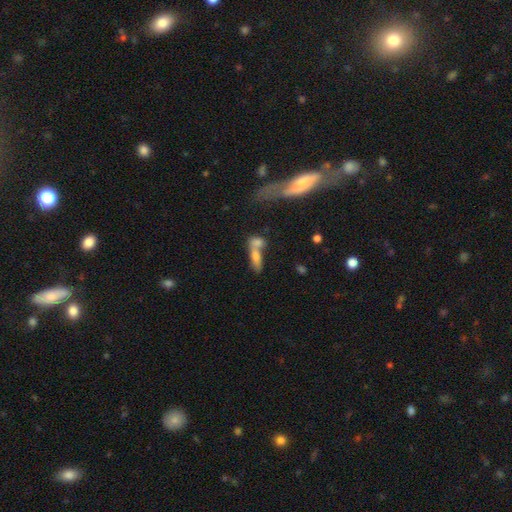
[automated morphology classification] smooth-or-featured: smooth: 70% | featured or disk: 21% | star or artifact: 9%
  how-rounded: in between: 55% | cigar-shaped: 40% | round: 5%
  merging: merger: 61% | none: 25% | minor disturbance: 9% | major disturbance: 6%